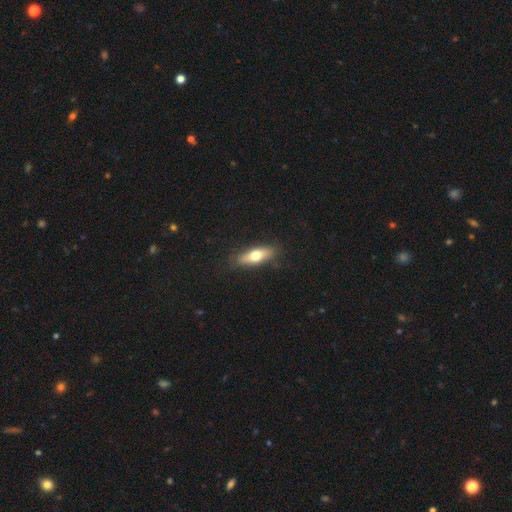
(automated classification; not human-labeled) Overall: smooth (63%; featured or disk 31%). How rounded: in between (54%; cigar-shaped 42%). Merging: none (84%).